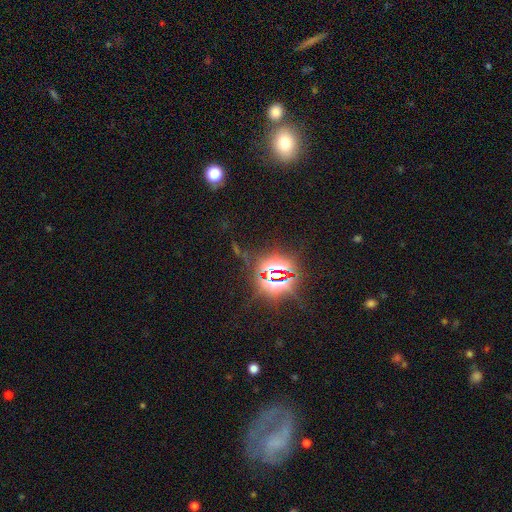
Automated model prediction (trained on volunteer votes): The model was most divided on "smooth or featured": star or artifact: 70%, smooth: 18%, featured or disk: 12%.